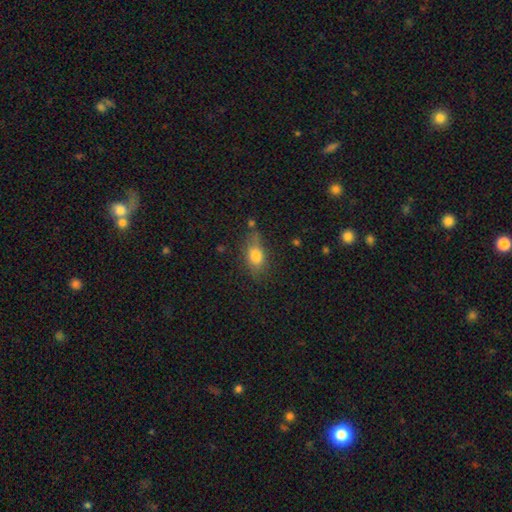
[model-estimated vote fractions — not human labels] smooth_or_featured: smooth (p=0.75) [alt: featured or disk p=0.15]
how_rounded: in between (p=0.75) [alt: round p=0.14]
merging: none (p=0.64) [alt: minor disturbance p=0.23]